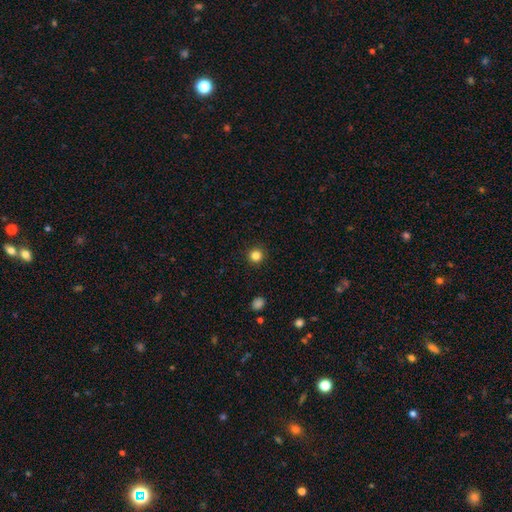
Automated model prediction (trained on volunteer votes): This is clearly a smooth galaxy (84%). How rounded: clearly round (95%). Merging: clearly none (93%).